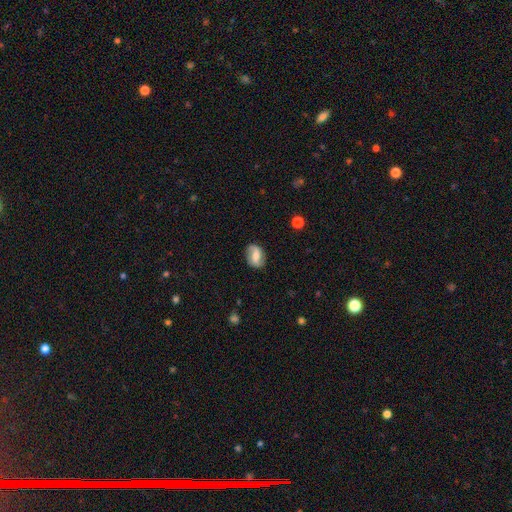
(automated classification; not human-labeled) The model was most divided on "bar": weak: 42%, strong: 37%, no: 21%. More confident: edge-on disk — no (96%); spiral arms — yes (83%); merging — none (82%); smooth or featured — featured or disk (60%); bulge size — moderate (51%).